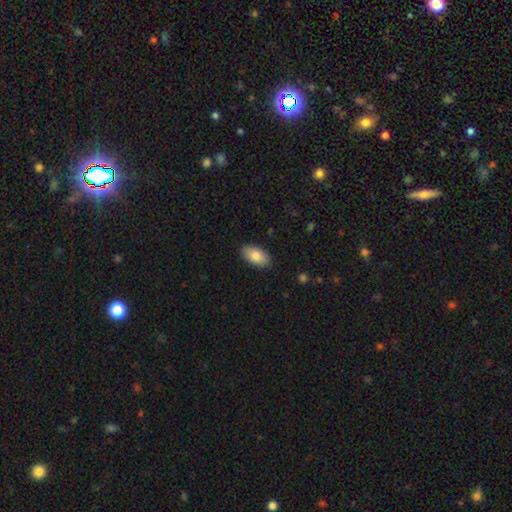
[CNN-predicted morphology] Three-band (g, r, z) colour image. It shows a smooth galaxy with no disk features (84%) that is in between round and cigar-shaped (94%). Merging: none (88%).